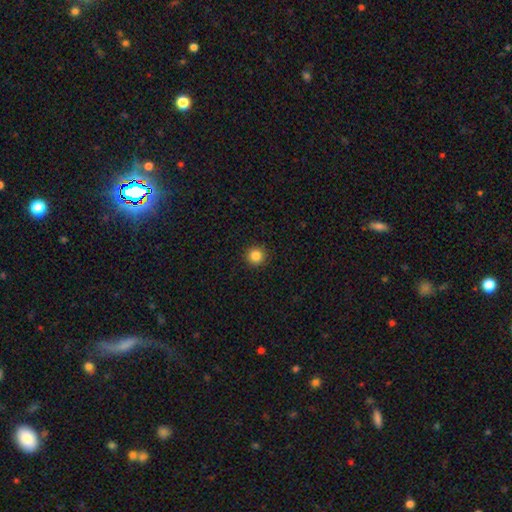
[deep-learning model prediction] Smooth or featured?
  - smooth: 85% *
  - star or artifact: 11%
  - featured or disk: 4%
How rounded?
  - round: 95% *
  - in between: 4%
  - cigar-shaped: 1%
Merging?
  - none: 92% *
  - minor disturbance: 5%
  - major disturbance: 2%
  - merger: 1%